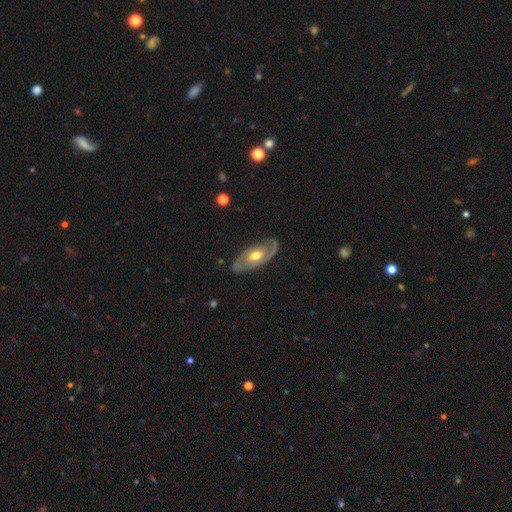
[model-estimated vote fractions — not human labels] Overall: featured or disk (78%). Edge-on disk: no (90%). Bar: no (55%; weak 36%). Spiral arms: yes (79%). Spiral arm count: 2 (74%). Spiral winding: medium (42%; tight 40%). Bulge size: moderate (75%). Merging: none (80%).